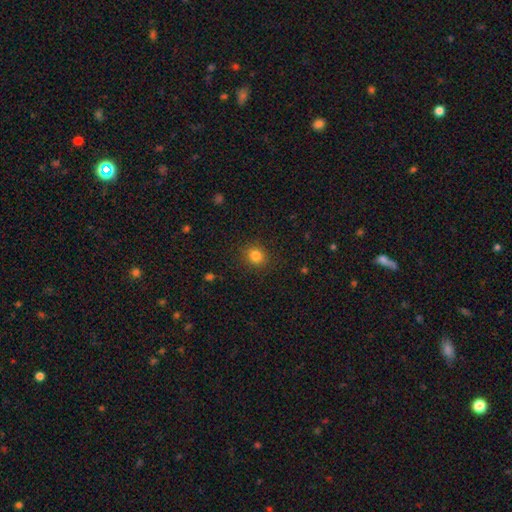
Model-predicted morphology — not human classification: Overall: smooth (83%). How rounded: round (79%). Merging: none (88%).